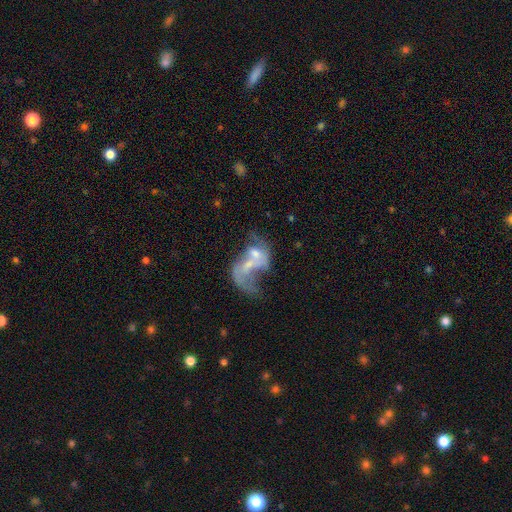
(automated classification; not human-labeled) This appears to be a featured or disk galaxy (66%) with no bar (70%), spiral arms (54%) and a small central bulge (38%). Merging: merger (59%).